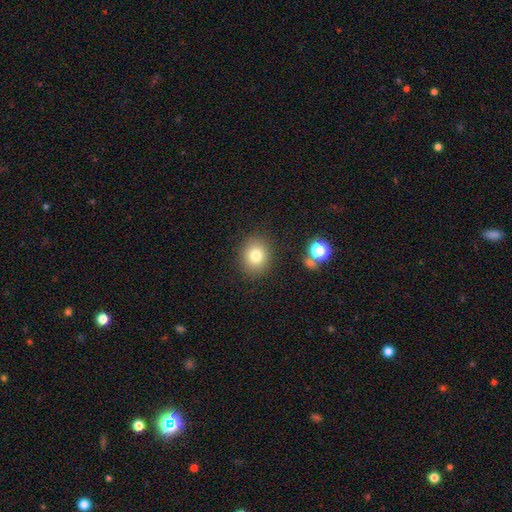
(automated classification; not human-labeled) Overall: smooth (78%). How rounded: round (69%; in between 30%). Merging: none (86%).